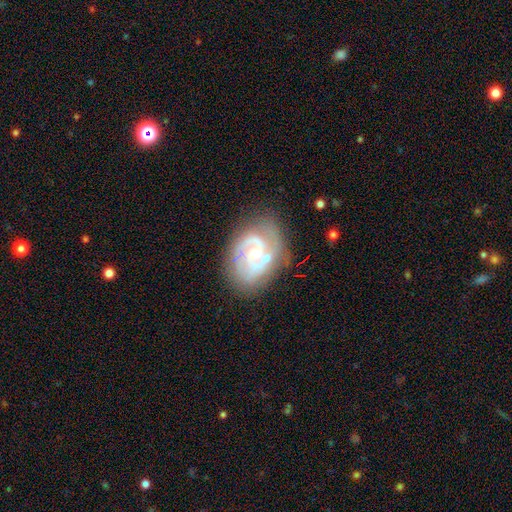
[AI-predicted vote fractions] Q: Smooth or featured?
A: featured or disk (83%); runner-up: smooth (11%)
Q: Edge-on disk?
A: no (97%); runner-up: yes (3%)
Q: Bar?
A: no (60%); runner-up: weak (32%)
Q: Spiral arms?
A: yes (91%); runner-up: no (9%)
Q: Spiral winding?
A: tight (52%); runner-up: medium (38%)
Q: Spiral arm count?
A: 2 (57%); runner-up: can't tell (19%)
Q: Bulge size?
A: small (58%); runner-up: moderate (37%)
Q: Merging?
A: none (66%); runner-up: minor disturbance (19%)